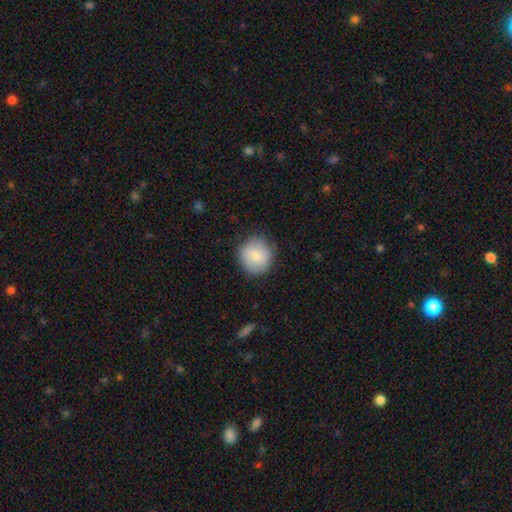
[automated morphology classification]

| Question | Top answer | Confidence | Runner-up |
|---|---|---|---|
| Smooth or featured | smooth | 83% | featured or disk (11%) |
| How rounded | round | 92% | in between (7%) |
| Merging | none | 85% | minor disturbance (11%) |